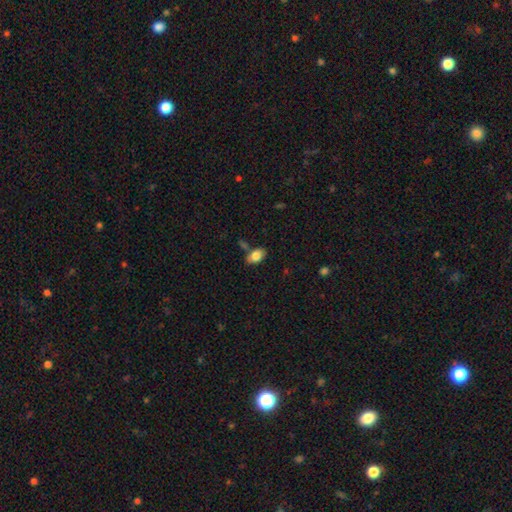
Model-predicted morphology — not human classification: This is clearly a smooth galaxy (83%). How rounded: clearly in between (89%). Merging: likely none (69%).